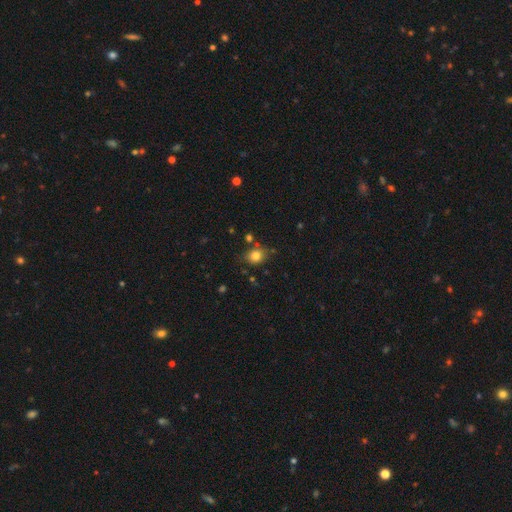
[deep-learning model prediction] The model was most divided on "how rounded": round: 59%, in between: 40%, cigar-shaped: 1%. More confident: smooth or featured — smooth (81%); merging — none (74%).